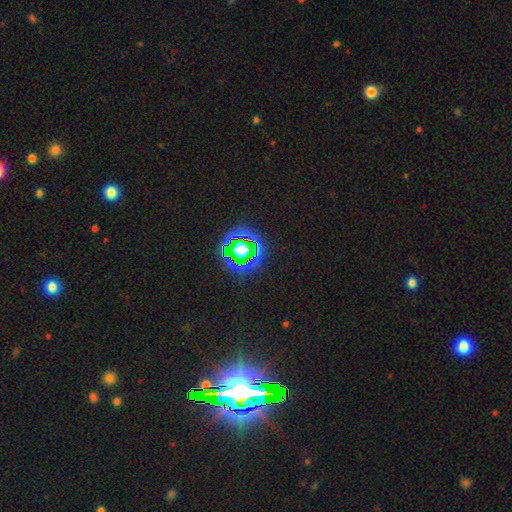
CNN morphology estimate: smooth-or-featured: star or artifact: 83% | smooth: 10% | featured or disk: 7%